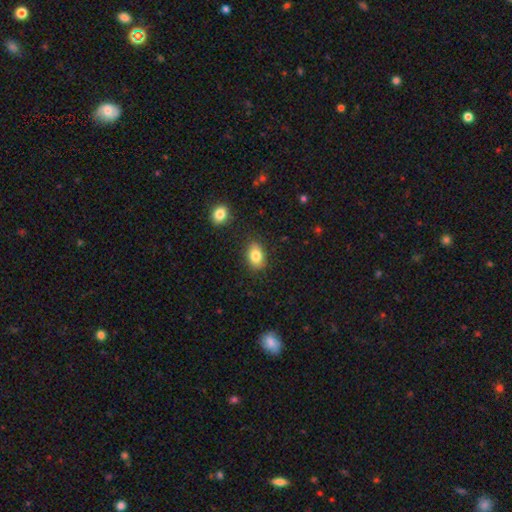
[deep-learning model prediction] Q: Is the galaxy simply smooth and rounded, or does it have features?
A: smooth — 83%.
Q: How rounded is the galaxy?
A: in between — 82%.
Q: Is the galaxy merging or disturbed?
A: none — 83%.